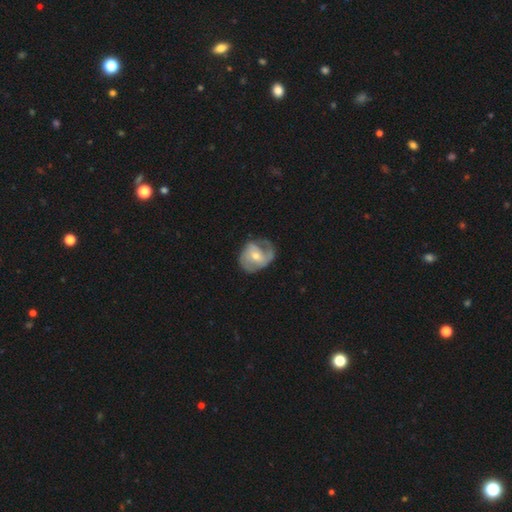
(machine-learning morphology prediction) Smooth or featured? Predicted: featured or disk (p=0.72). Edge-on disk? Predicted: no (p=0.97). Bar? Predicted: no (p=0.42). Spiral arms? Predicted: yes (p=0.84). Spiral winding? Predicted: medium (p=0.44). Spiral arm count? Predicted: 2 (p=0.57). Bulge size? Predicted: moderate (p=0.56). Merging? Predicted: none (p=0.54).